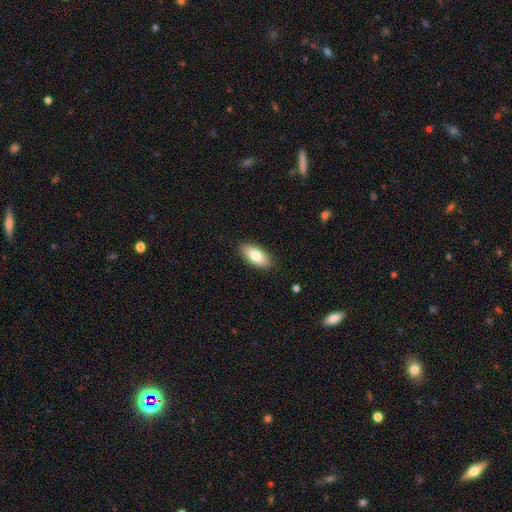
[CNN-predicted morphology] A smooth galaxy with no disk features (79%) that is in between round and cigar-shaped (88%). Merging: none (88%).